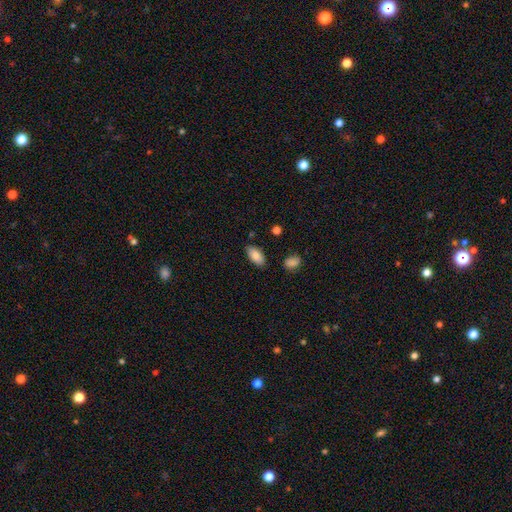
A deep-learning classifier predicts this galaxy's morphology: smooth_or_featured: smooth (p=0.85) [alt: featured or disk p=0.08]
how_rounded: in between (p=0.91) [alt: cigar-shaped p=0.07]
merging: none (p=0.84) [alt: minor disturbance p=0.11]